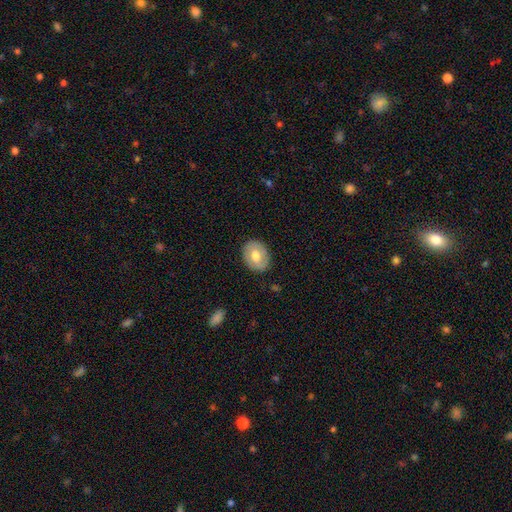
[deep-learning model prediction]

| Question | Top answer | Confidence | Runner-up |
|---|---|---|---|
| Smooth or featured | smooth | 63% | featured or disk (31%) |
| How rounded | in between | 62% | round (38%) |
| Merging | none | 85% | minor disturbance (11%) |